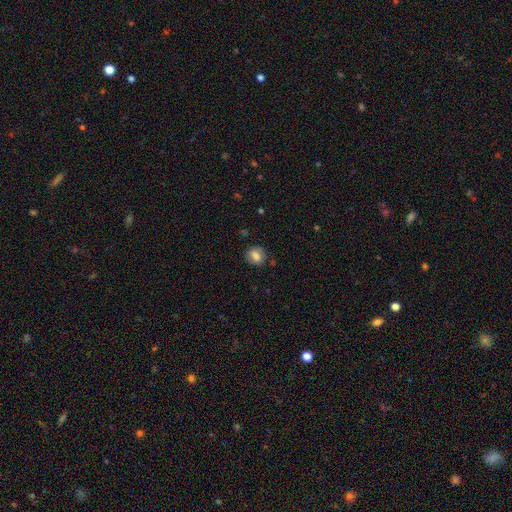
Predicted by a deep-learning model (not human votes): Overall: smooth (75%). How rounded: round (66%; in between 32%). Merging: none (82%).